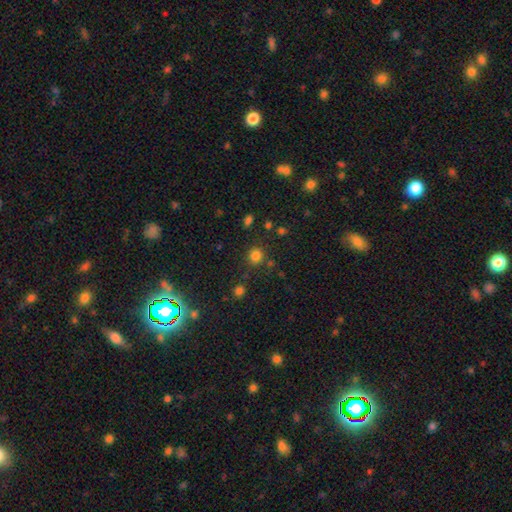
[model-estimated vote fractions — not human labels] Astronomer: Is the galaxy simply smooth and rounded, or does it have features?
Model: smooth — 80%.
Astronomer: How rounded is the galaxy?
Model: round — 90%.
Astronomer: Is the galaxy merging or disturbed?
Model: none — 82%.